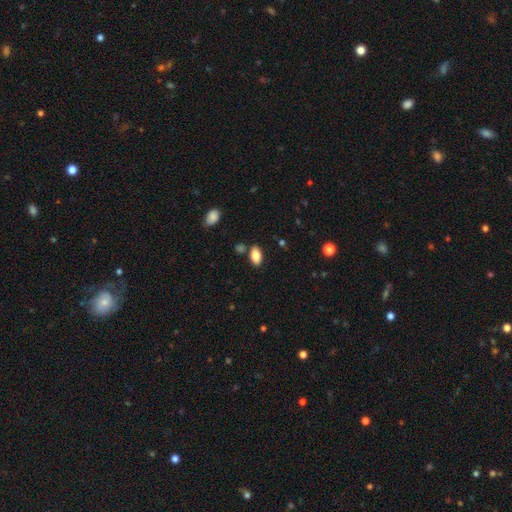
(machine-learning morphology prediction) Smooth or featured?
  - smooth: 86% *
  - star or artifact: 8%
  - featured or disk: 7%
How rounded?
  - in between: 93% *
  - round: 4%
  - cigar-shaped: 3%
Merging?
  - none: 81% *
  - minor disturbance: 11%
  - merger: 6%
  - major disturbance: 2%